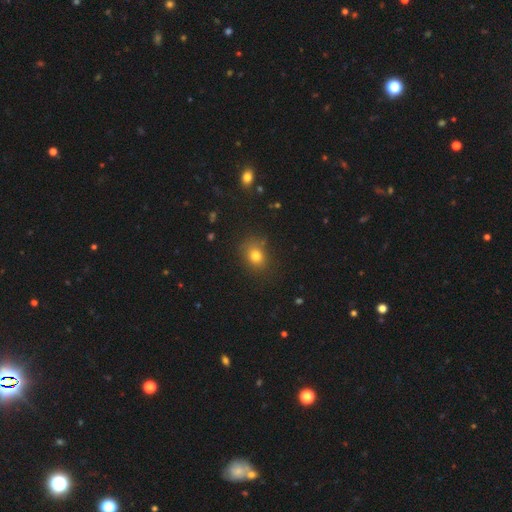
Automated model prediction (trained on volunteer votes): Smooth or featured: smooth — 77% (star or artifact — 15%)
How rounded: round — 62% (in between — 37%)
Merging: none — 76% (minor disturbance — 16%)